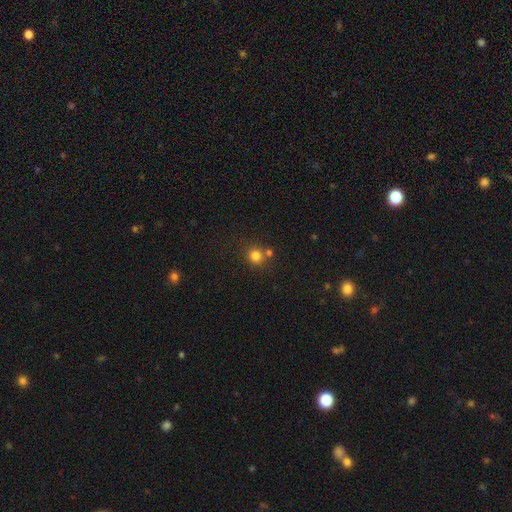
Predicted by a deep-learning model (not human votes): This is likely a smooth galaxy (80%). How rounded: clearly round (88%). Merging: likely none (67%).